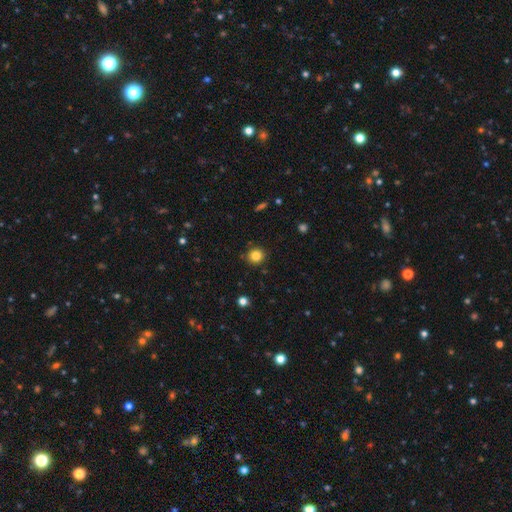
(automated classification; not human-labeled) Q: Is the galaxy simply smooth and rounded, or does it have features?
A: smooth — 83%.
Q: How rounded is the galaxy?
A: round — 91%.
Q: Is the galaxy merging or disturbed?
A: none — 90%.